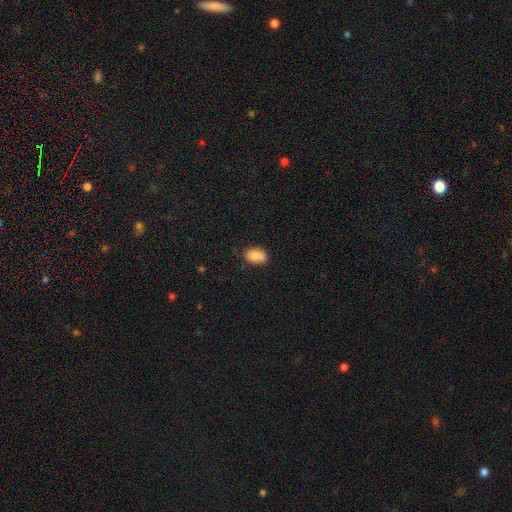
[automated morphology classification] smooth_or_featured: smooth (p=0.88) [alt: star or artifact p=0.07]
how_rounded: in between (p=0.88) [alt: round p=0.11]
merging: none (p=0.77) [alt: minor disturbance p=0.18]